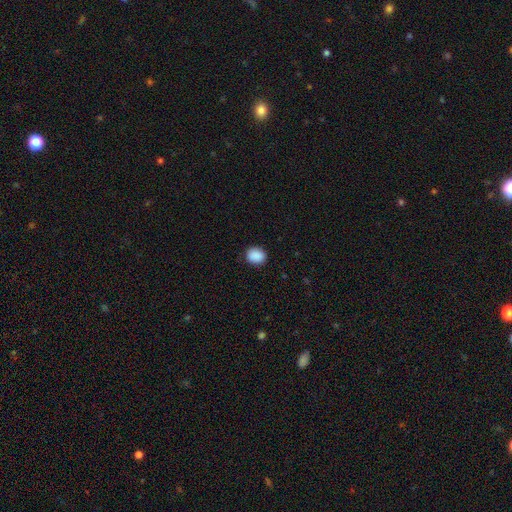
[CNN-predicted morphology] The model was most divided on "how rounded": round: 61%, in between: 38%, cigar-shaped: 1%. More confident: smooth or featured — smooth (90%); merging — none (89%).